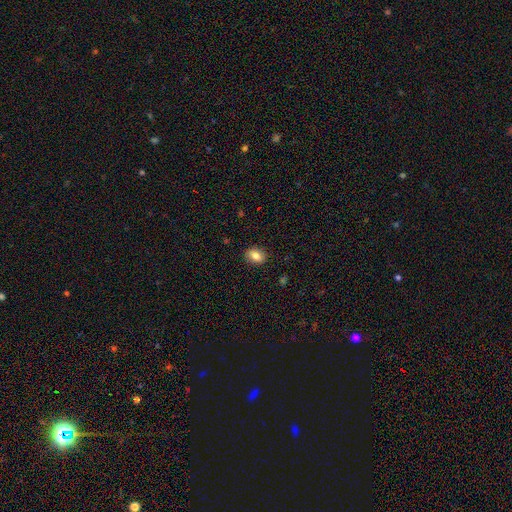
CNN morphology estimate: This appears to be a smooth galaxy with no disk features (81%) that is in between round and cigar-shaped (72%). Merging: none (88%).